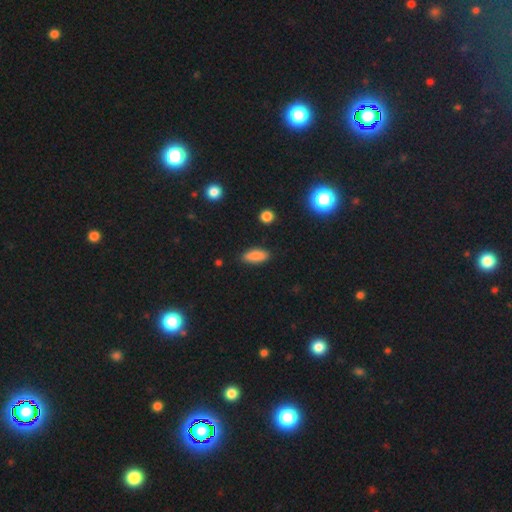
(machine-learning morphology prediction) This appears to be a smooth galaxy with no disk features (86%) that is in between round and cigar-shaped (75%). Merging: none (87%).